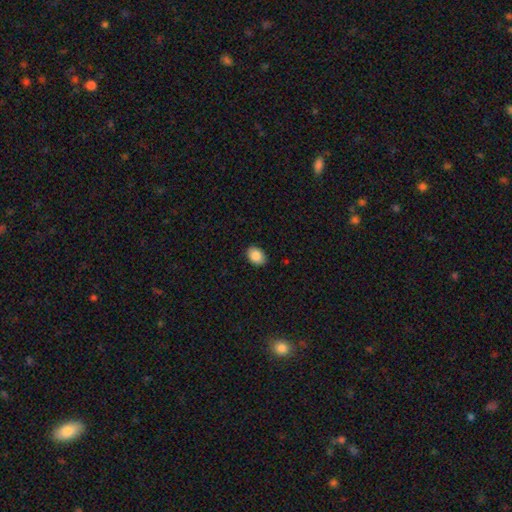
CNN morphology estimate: Smooth or featured?
  - smooth: 87% *
  - star or artifact: 8%
  - featured or disk: 5%
How rounded?
  - in between: 73% *
  - round: 26%
  - cigar-shaped: 1%
Merging?
  - none: 88% *
  - minor disturbance: 9%
  - major disturbance: 2%
  - merger: 1%